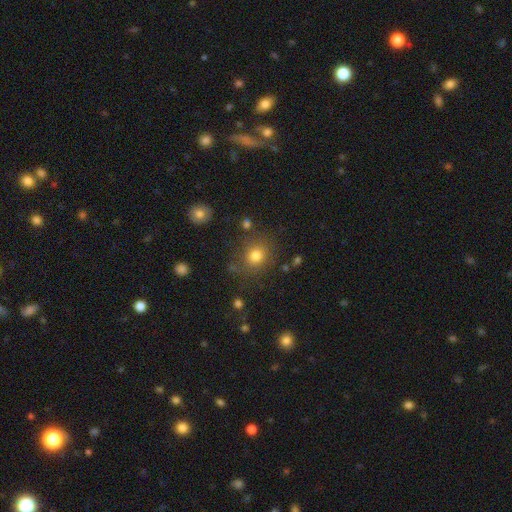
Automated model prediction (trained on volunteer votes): Overall: smooth (77%). How rounded: round (84%). Merging: none (79%).